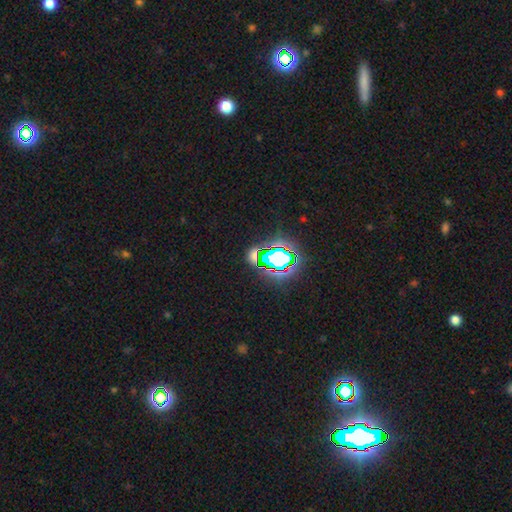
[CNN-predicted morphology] smooth-or-featured: star or artifact: 66% | smooth: 23% | featured or disk: 11%